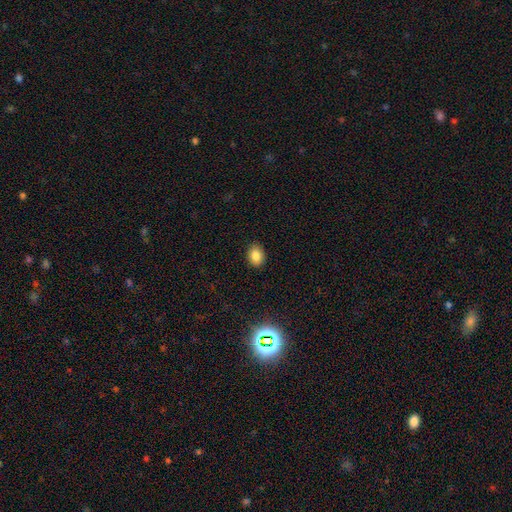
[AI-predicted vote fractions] A smooth galaxy with no disk features (85%) that is in between round and cigar-shaped (65%).

Vote fractions:
- Smooth or featured? smooth: 85% / star or artifact: 10% / featured or disk: 5%
- How rounded? in between: 65% / round: 34% / cigar-shaped: 1%
- Merging? none: 88% / minor disturbance: 9% / major disturbance: 2% / merger: 1%